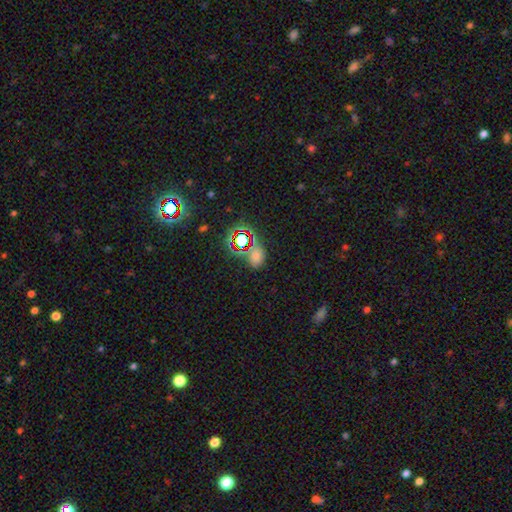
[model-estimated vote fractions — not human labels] Smooth or featured? Predicted: star or artifact (p=0.46).